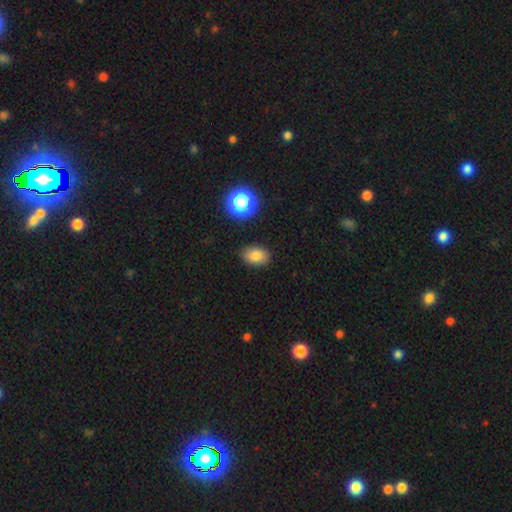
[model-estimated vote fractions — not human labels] Smooth or featured: smooth — 81% (star or artifact — 12%)
How rounded: in between — 82% (round — 17%)
Merging: none — 86% (minor disturbance — 10%)